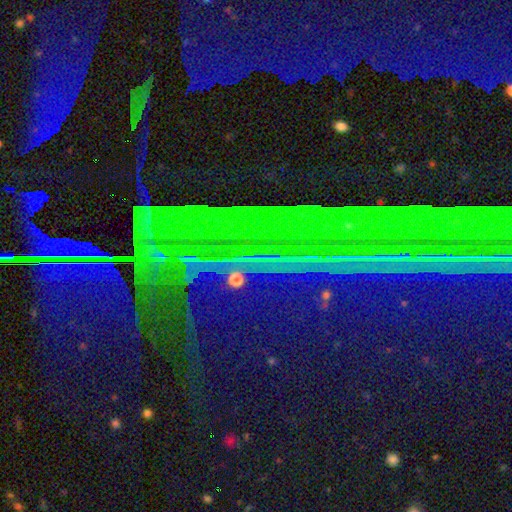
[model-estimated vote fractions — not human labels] Smooth or featured? Predicted: star or artifact (p=0.88).